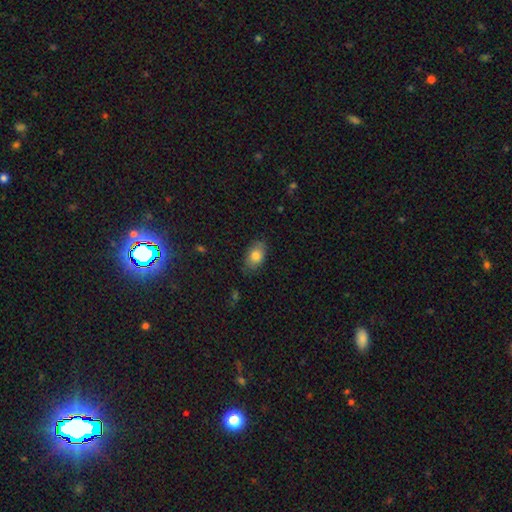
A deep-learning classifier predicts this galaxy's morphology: Smooth or featured? Predicted: smooth (p=0.81). How rounded? Predicted: in between (p=0.89). Merging? Predicted: none (p=0.77).